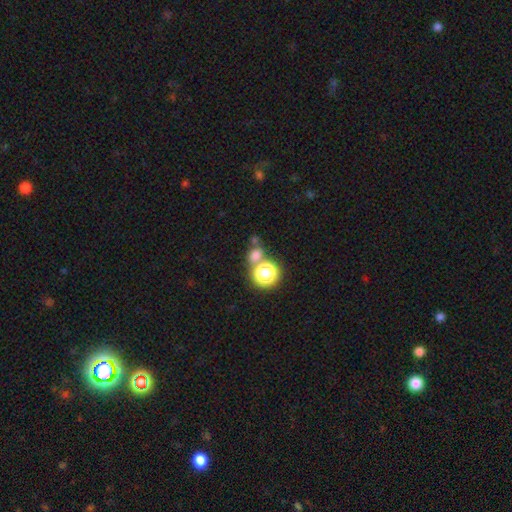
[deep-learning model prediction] The model was most divided on "merging": none: 54%, merger: 33%, minor disturbance: 9%, major disturbance: 5%. More confident: how rounded — round (70%); smooth or featured — smooth (68%).